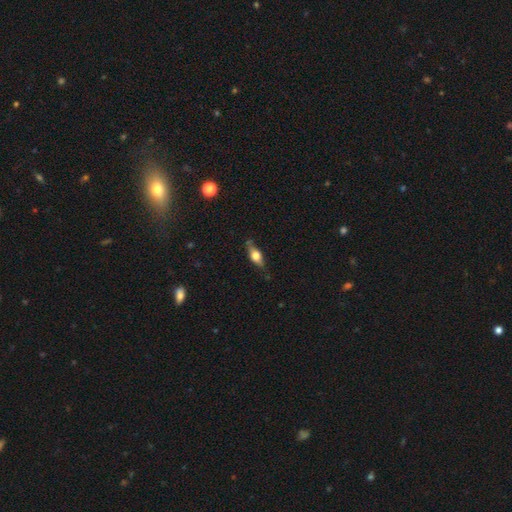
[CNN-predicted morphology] A smooth galaxy with no disk features (53%) that is in between round and cigar-shaped (67%). Merging: none (72%).